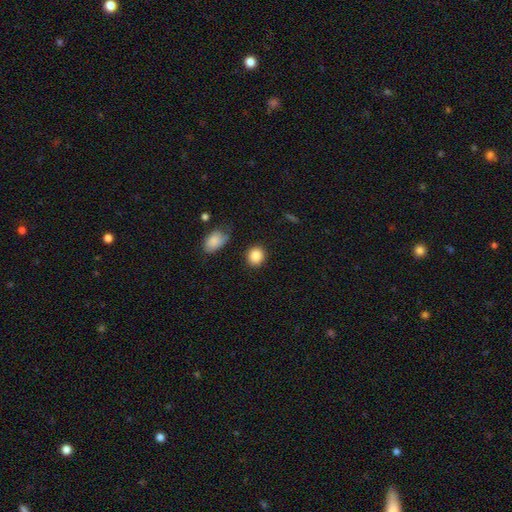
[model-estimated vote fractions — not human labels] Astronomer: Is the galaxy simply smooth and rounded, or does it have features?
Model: smooth — 88%.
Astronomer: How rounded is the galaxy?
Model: round — 75%.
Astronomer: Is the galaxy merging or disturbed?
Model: none — 85%.